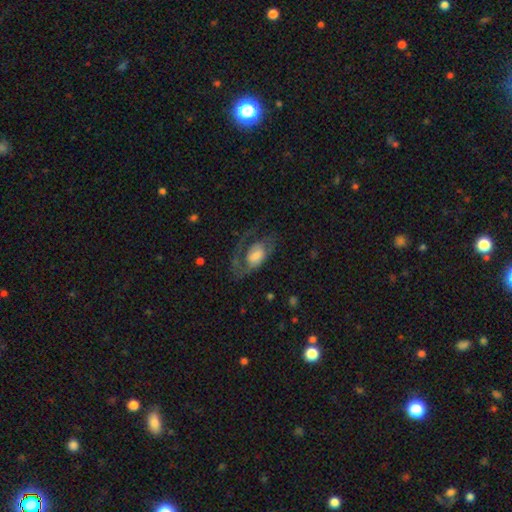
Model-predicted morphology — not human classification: smooth-or-featured: featured or disk: 63% | smooth: 30% | star or artifact: 7%
  disk-edge-on: no: 95% | yes: 5%
    bar: no: 57% | weak: 34% | strong: 9%
    has-spiral-arms: yes: 78% | no: 22%
    bulge-size: moderate: 35% | large: 34% | small: 19% | none: 8% | dominant: 5%
  merging: none: 42% | major disturbance: 37% | minor disturbance: 19% | merger: 2%